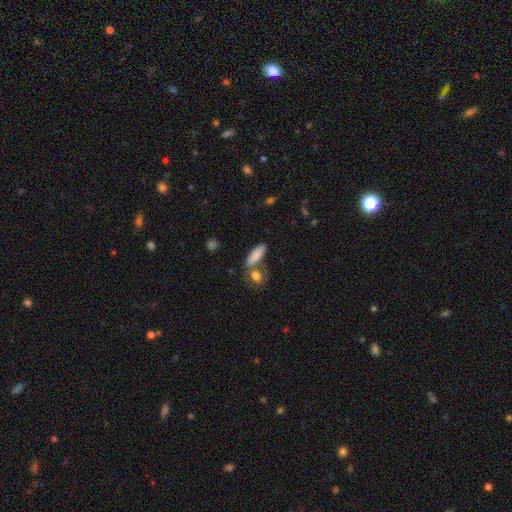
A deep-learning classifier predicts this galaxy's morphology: The model was most divided on "merging": none: 55%, merger: 28%, minor disturbance: 12%, major disturbance: 4%. More confident: smooth or featured — smooth (84%); how rounded — in between (64%).